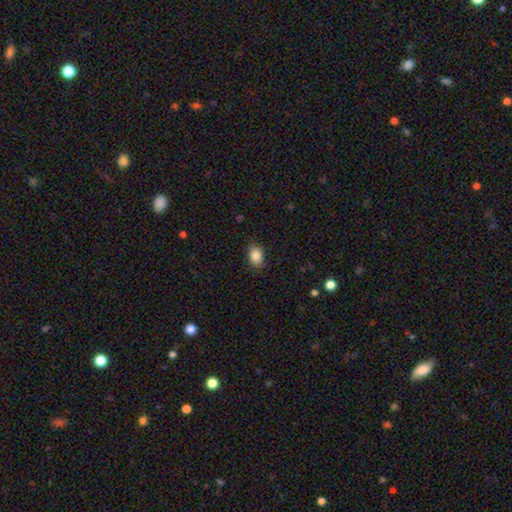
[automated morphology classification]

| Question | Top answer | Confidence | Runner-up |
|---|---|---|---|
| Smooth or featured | smooth | 86% | star or artifact (8%) |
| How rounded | in between | 79% | round (20%) |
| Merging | none | 86% | minor disturbance (11%) |